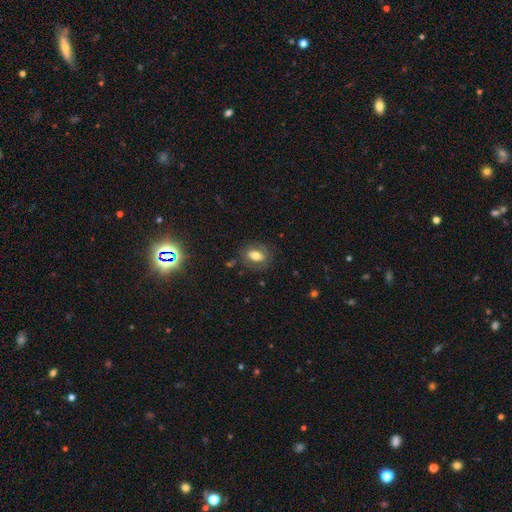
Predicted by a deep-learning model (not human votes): Smooth or featured?
  - smooth: 56% *
  - featured or disk: 34%
  - star or artifact: 10%
How rounded?
  - in between: 74% *
  - round: 23%
  - cigar-shaped: 3%
Merging?
  - none: 74% *
  - minor disturbance: 16%
  - major disturbance: 8%
  - merger: 2%